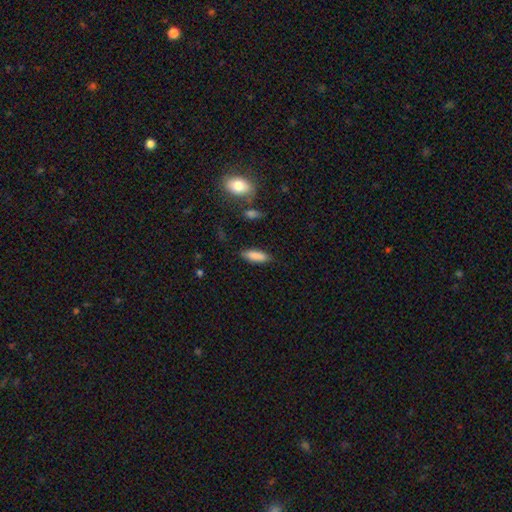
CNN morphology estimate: Q: Smooth or featured?
A: smooth (87%); runner-up: star or artifact (7%)
Q: How rounded?
A: in between (61%); runner-up: cigar-shaped (37%)
Q: Merging?
A: none (83%); runner-up: minor disturbance (11%)